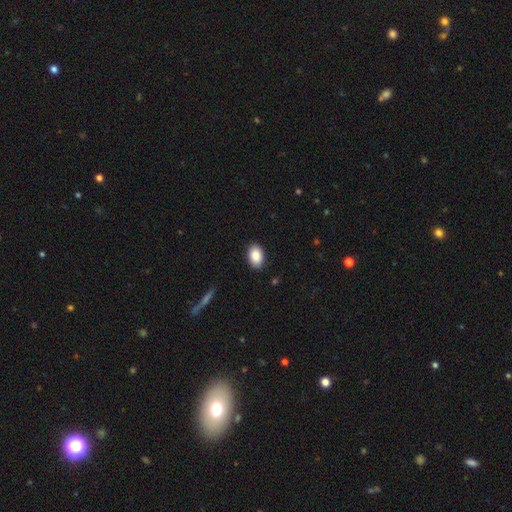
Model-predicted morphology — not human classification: smooth-or-featured: smooth: 88% | star or artifact: 7% | featured or disk: 5%
  how-rounded: in between: 89% | round: 10% | cigar-shaped: 1%
  merging: none: 88% | minor disturbance: 9% | major disturbance: 2% | merger: 1%